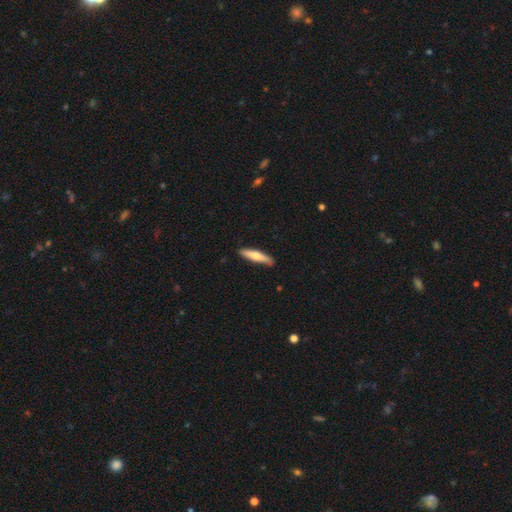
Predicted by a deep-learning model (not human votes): A smooth galaxy with no disk features (62%) that is cigar-shaped (84%).

Vote fractions:
- Smooth or featured? smooth: 62% / featured or disk: 33% / star or artifact: 5%
- How rounded? cigar-shaped: 84% / in between: 15% / round: 2%
- Merging? none: 84% / minor disturbance: 13% / major disturbance: 2% / merger: 1%